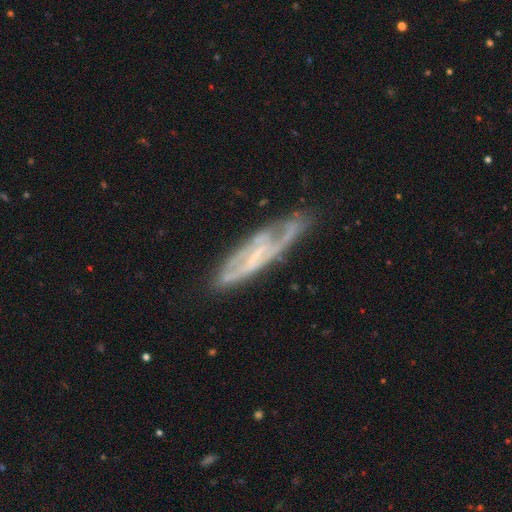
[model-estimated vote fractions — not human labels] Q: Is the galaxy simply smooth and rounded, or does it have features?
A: featured or disk — 75%.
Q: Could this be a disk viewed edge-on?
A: no — 62%.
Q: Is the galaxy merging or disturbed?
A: none — 65%.